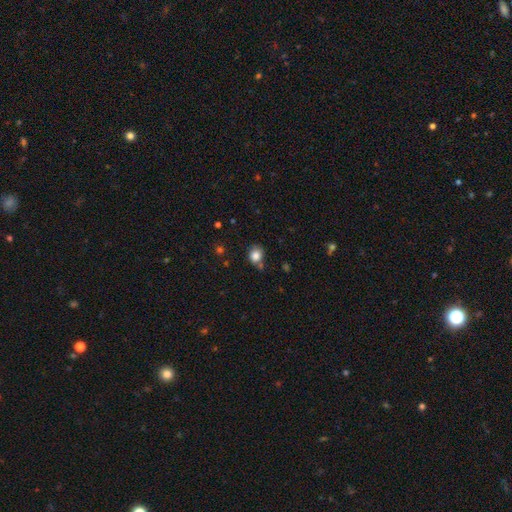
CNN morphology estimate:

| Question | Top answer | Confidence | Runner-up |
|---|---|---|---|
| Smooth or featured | smooth | 83% | star or artifact (11%) |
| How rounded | round | 70% | in between (29%) |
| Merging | none | 62% | minor disturbance (22%) |